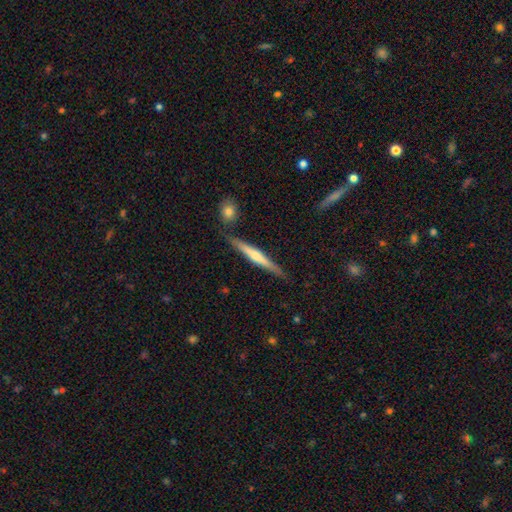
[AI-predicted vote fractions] Morphology: type=featured or disk (54%); edge-on=yes (97%); edge-on bulge=rounded (57%); merging=none (84%).